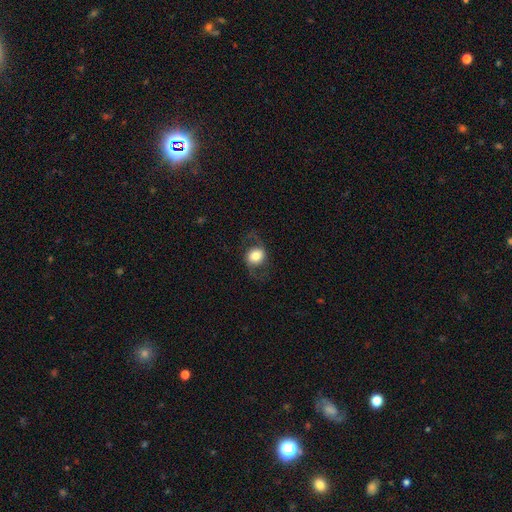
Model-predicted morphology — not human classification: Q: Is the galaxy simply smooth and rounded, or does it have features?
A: smooth — 49%.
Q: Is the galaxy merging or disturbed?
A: none — 70%.